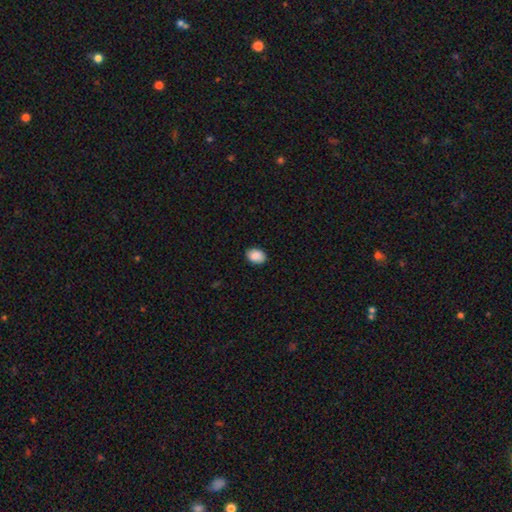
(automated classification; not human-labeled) smooth_or_featured: smooth (p=0.89) [alt: star or artifact p=0.07]
how_rounded: in between (p=0.76) [alt: round p=0.23]
merging: none (p=0.88) [alt: minor disturbance p=0.09]